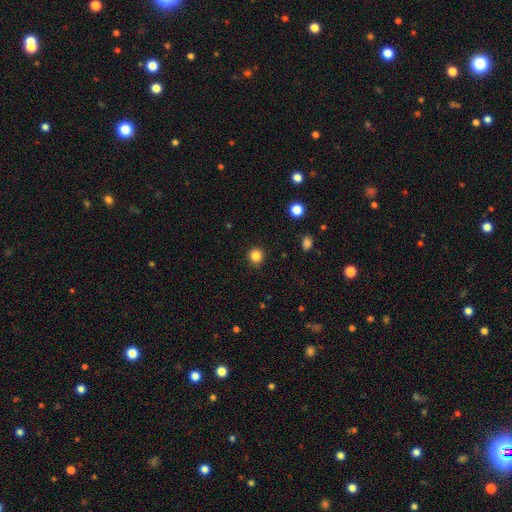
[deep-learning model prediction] Q: Smooth or featured?
A: smooth (85%); runner-up: star or artifact (12%)
Q: How rounded?
A: round (91%); runner-up: in between (8%)
Q: Merging?
A: none (89%); runner-up: minor disturbance (8%)